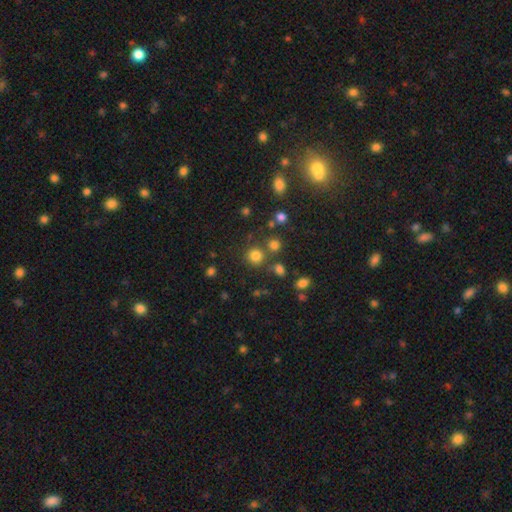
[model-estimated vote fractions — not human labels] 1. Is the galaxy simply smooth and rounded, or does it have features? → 78% smooth, 16% star or artifact, 6% featured or disk.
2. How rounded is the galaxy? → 90% round, 9% in between, 1% cigar-shaped.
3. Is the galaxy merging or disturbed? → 75% none, 12% merger, 8% minor disturbance, 4% major disturbance.